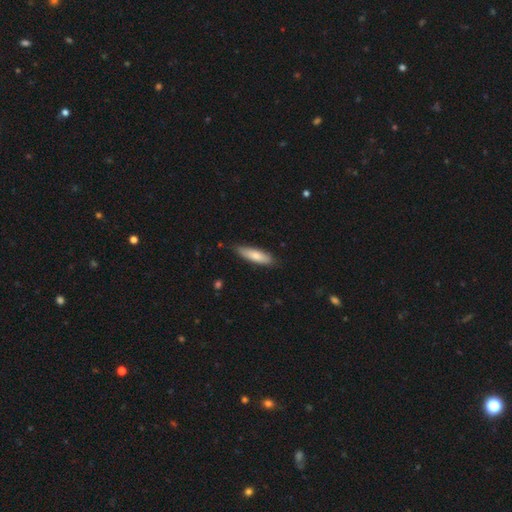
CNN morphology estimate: A smooth galaxy with no disk features (75%) that is cigar-shaped (60%). Merging: none (80%).